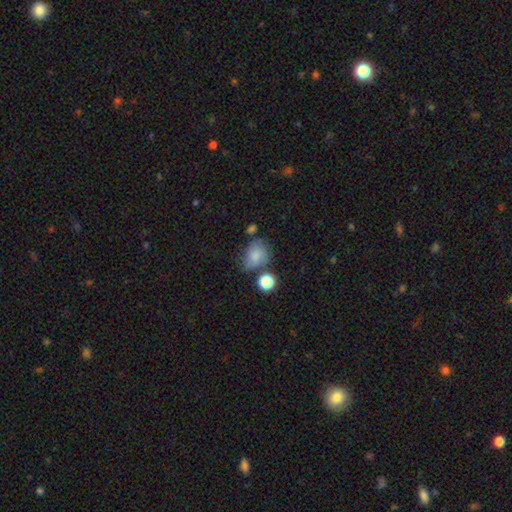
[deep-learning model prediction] Smooth or featured? Predicted: smooth (p=0.80). How rounded? Predicted: in between (p=0.61). Merging? Predicted: none (p=0.54).